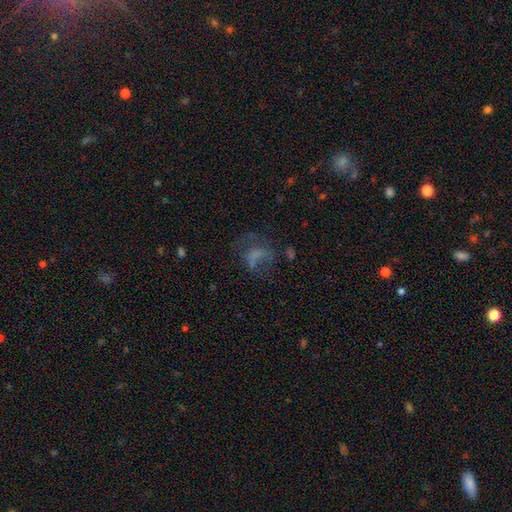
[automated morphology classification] Q: Smooth or featured?
A: smooth (42%); runner-up: featured or disk (35%)
Q: Merging?
A: major disturbance (41%); runner-up: none (35%)